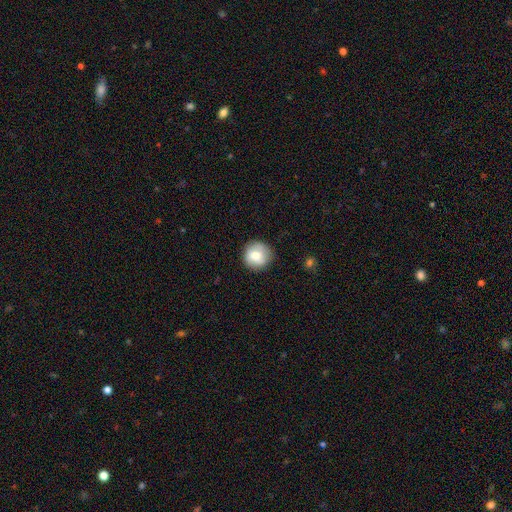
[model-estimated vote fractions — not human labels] The model was most divided on "smooth or featured": smooth: 68%, featured or disk: 25%, star or artifact: 8%. More confident: how rounded — round (93%); merging — none (85%).